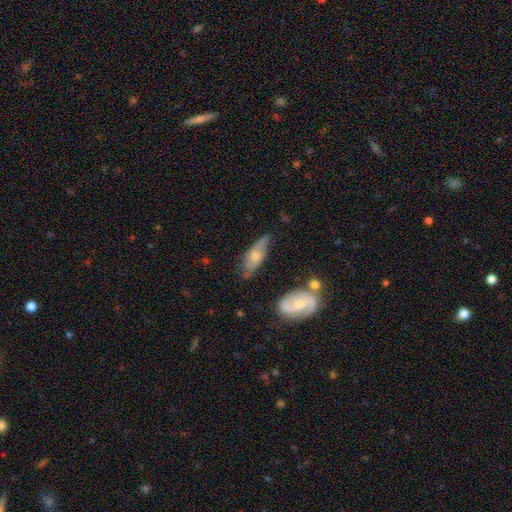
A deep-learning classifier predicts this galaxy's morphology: Overall: featured or disk (56%; smooth 37%). Edge-on disk: no (65%; yes 35%). Merging: none (55%; minor disturbance 30%).